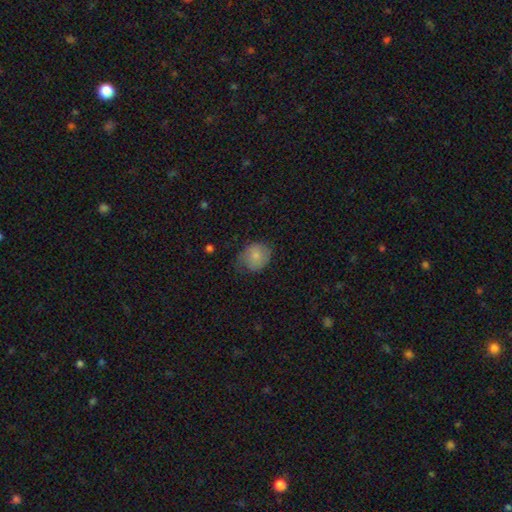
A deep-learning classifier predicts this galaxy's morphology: Overall: smooth (77%). How rounded: round (59%; in between 40%). Merging: none (48%; minor disturbance 35%).